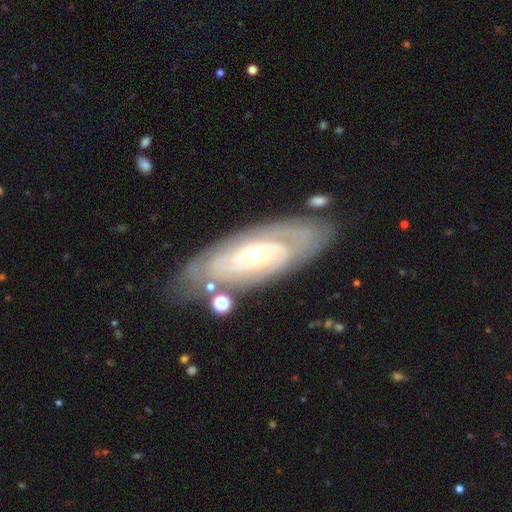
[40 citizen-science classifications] Overall: featured or disk (85%). Edge-on disk: no (94%). Bar: no (91%). Spiral arms: yes (94%). Spiral arm count: can't tell (43%; 2 30%). Spiral winding: tight (80%). Bulge size: moderate (53%; small 44%). Merging: none (76%).